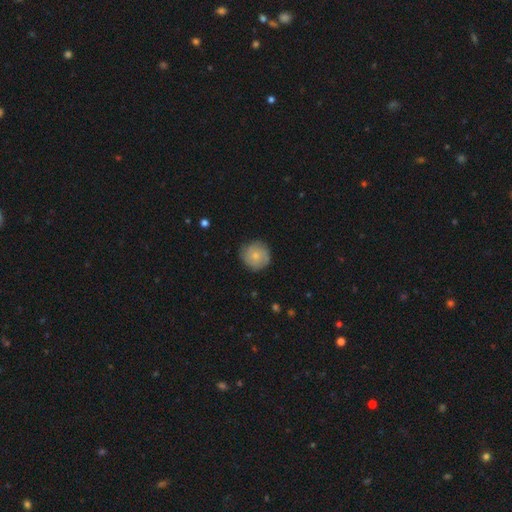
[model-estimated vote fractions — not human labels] Q: Smooth or featured?
A: smooth (67%); runner-up: featured or disk (26%)
Q: How rounded?
A: round (93%); runner-up: in between (6%)
Q: Merging?
A: none (82%); runner-up: minor disturbance (14%)